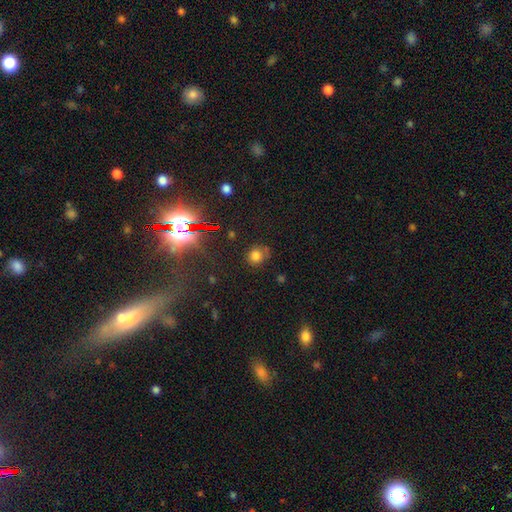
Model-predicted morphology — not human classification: smooth 73%, star or artifact 20%, featured or disk 7%. Down the decision tree: how rounded — round (75%); merging — none (66%).